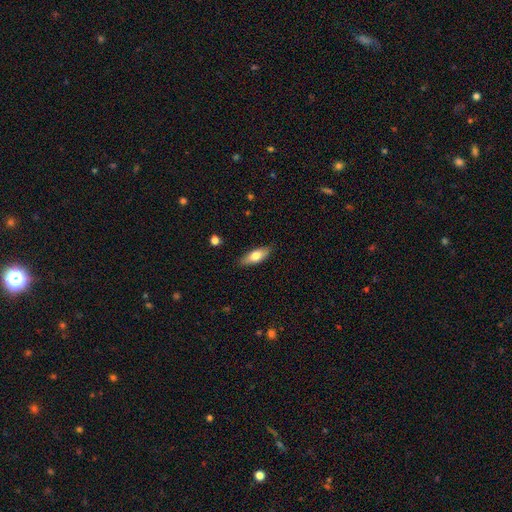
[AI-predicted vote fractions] smooth-or-featured: smooth: 71% | featured or disk: 23% | star or artifact: 6%
  how-rounded: in between: 71% | cigar-shaped: 26% | round: 2%
  merging: none: 87% | minor disturbance: 10% | major disturbance: 2% | merger: 1%